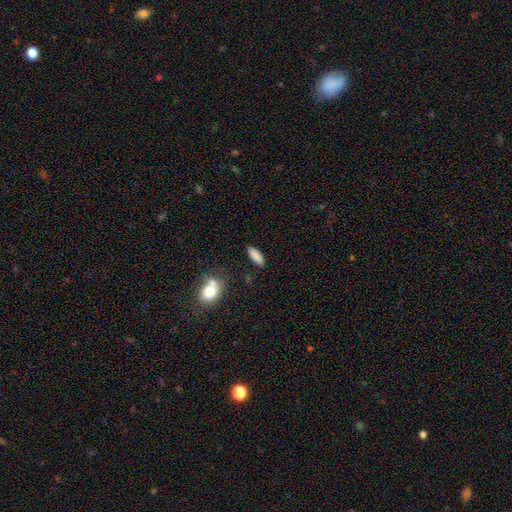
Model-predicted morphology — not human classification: smooth_or_featured: smooth (p=0.86) [alt: star or artifact p=0.07]
how_rounded: in between (p=0.58) [alt: cigar-shaped p=0.39]
merging: none (p=0.83) [alt: minor disturbance p=0.11]